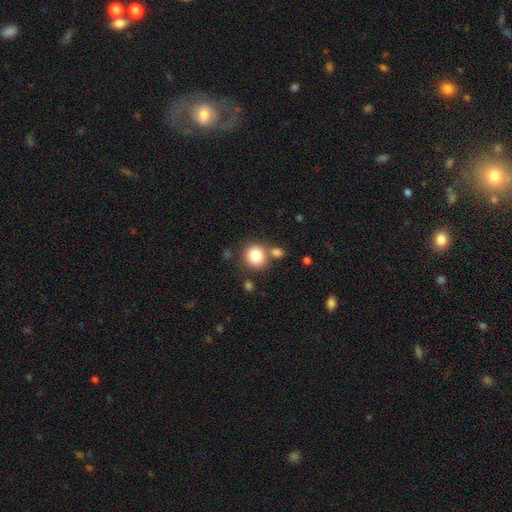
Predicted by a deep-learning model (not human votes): Smooth or featured: smooth — 84% (star or artifact — 9%)
How rounded: round — 84% (in between — 15%)
Merging: none — 66% (merger — 20%)